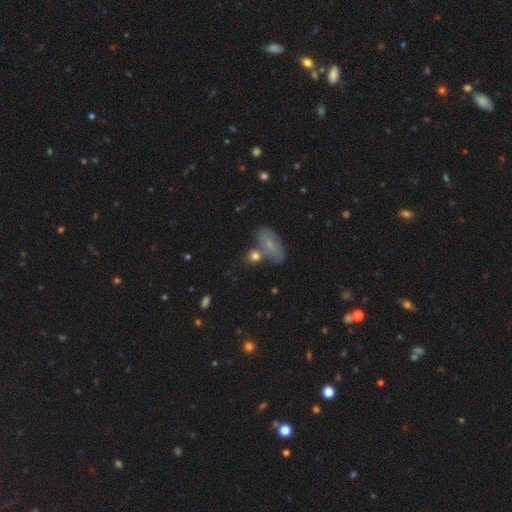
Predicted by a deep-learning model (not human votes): A smooth galaxy with no disk features (64%) that is in between round and cigar-shaped (49%).

Vote fractions:
- Smooth or featured? smooth: 64% / featured or disk: 21% / star or artifact: 14%
- How rounded? in between: 49% / round: 42% / cigar-shaped: 9%
- Merging? none: 57% / merger: 23% / minor disturbance: 15% / major disturbance: 6%